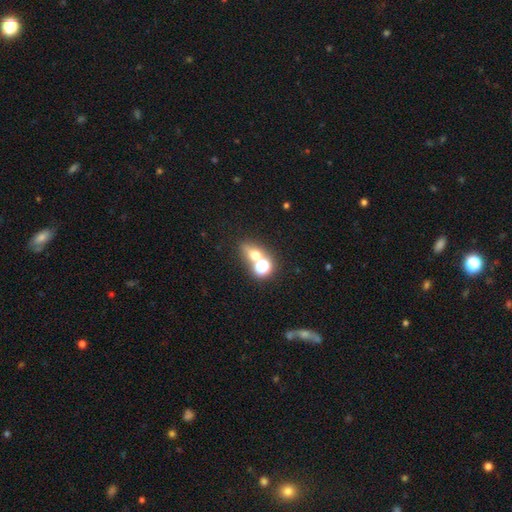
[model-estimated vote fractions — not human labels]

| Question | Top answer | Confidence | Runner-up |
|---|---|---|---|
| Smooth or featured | smooth | 49% | star or artifact (30%) |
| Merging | none | 48% | merger (38%) |